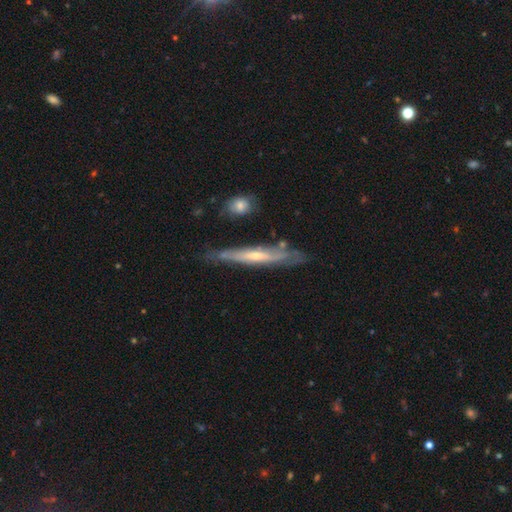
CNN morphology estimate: smooth-or-featured: featured or disk: 71% | smooth: 23% | star or artifact: 6%
  disk-edge-on: yes: 79% | no: 21%
    edge-on-bulge: rounded: 58% | none: 37% | boxy: 6%
  merging: none: 69% | minor disturbance: 22% | major disturbance: 5% | merger: 4%